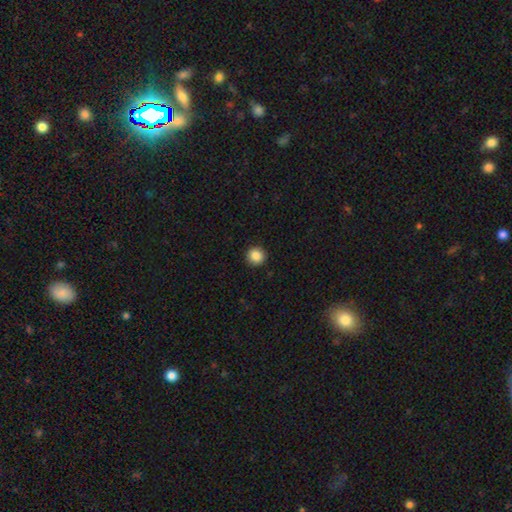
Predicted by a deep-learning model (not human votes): Morphology: type=smooth (87%); roundness=round (94%); merging=none (92%).